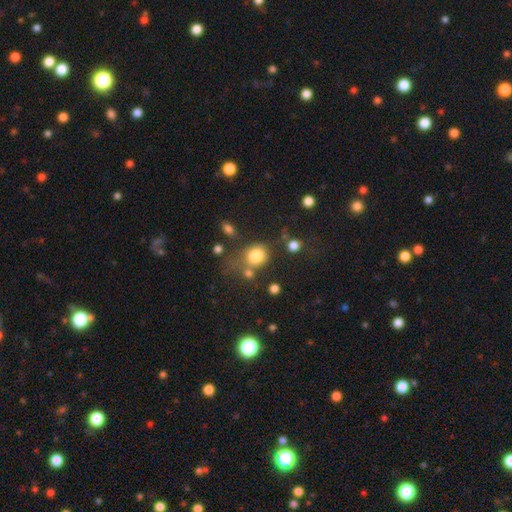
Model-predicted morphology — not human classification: Smooth or featured: smooth — 80% (star or artifact — 12%)
How rounded: round — 65% (in between — 34%)
Merging: none — 50% (minor disturbance — 20%)